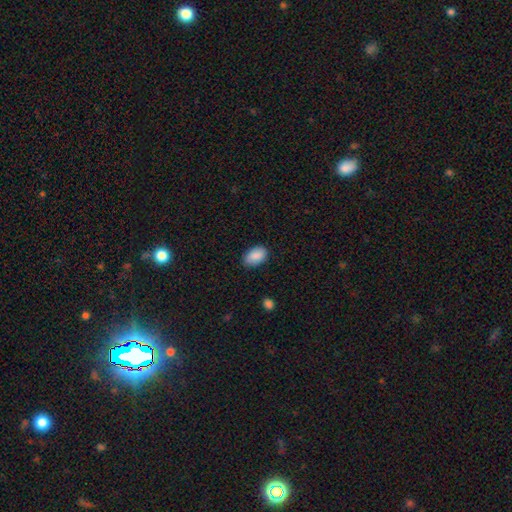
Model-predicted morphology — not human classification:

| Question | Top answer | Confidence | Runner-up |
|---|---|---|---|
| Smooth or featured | smooth | 89% | star or artifact (7%) |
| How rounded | in between | 90% | round (9%) |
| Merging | none | 84% | minor disturbance (13%) |